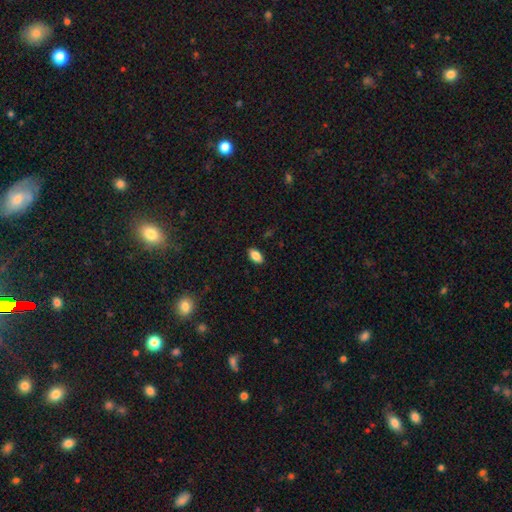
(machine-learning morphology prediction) smooth 85%, star or artifact 8%, featured or disk 7%. Down the decision tree: how rounded — in between (92%); merging — none (88%).